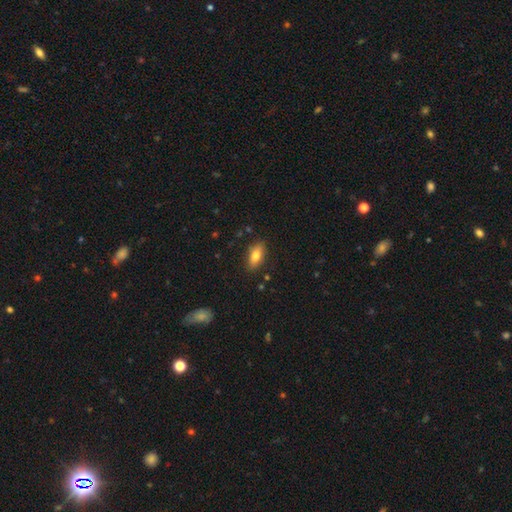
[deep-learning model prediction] smooth 76%, featured or disk 17%, star or artifact 7%. Down the decision tree: how rounded — in between (83%); merging — none (86%).